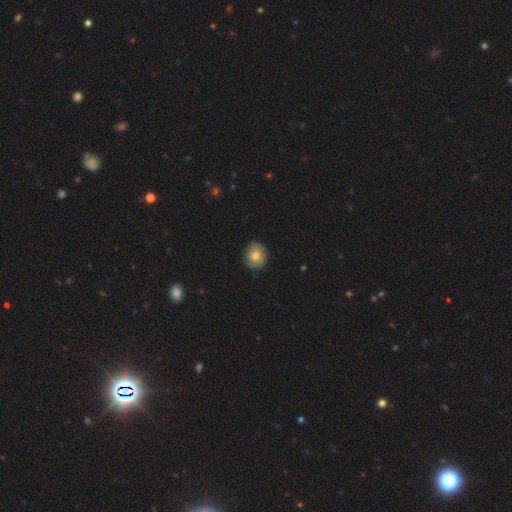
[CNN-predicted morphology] Smooth or featured? smooth (68%)
How rounded? round (79%)
Merging? none (79%)